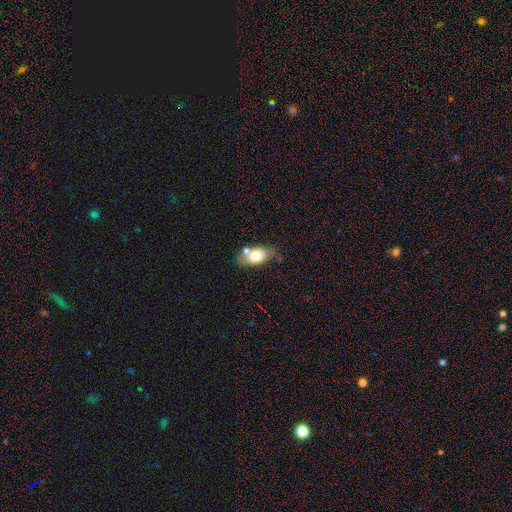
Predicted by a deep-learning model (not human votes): Smooth or featured?
  - smooth: 70% *
  - featured or disk: 23%
  - star or artifact: 8%
How rounded?
  - in between: 88% *
  - round: 8%
  - cigar-shaped: 3%
Merging?
  - none: 57% *
  - minor disturbance: 20%
  - merger: 18%
  - major disturbance: 6%